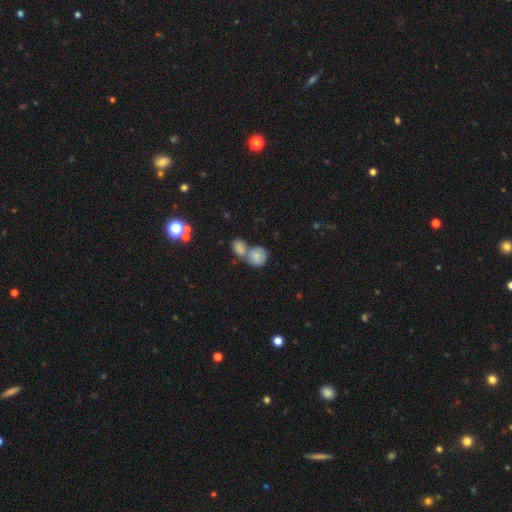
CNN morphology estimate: A smooth galaxy with no disk features (77%) that is round (76%).

Vote fractions:
- Smooth or featured? smooth: 77% / featured or disk: 15% / star or artifact: 8%
- How rounded? round: 76% / in between: 23% / cigar-shaped: 1%
- Merging? merger: 61% / none: 28% / minor disturbance: 8% / major disturbance: 3%